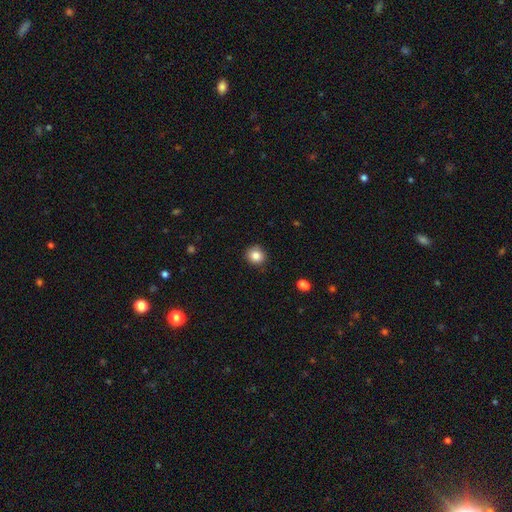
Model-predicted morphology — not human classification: This appears to be a smooth galaxy with no disk features (84%) that is round (88%). Merging: none (89%).